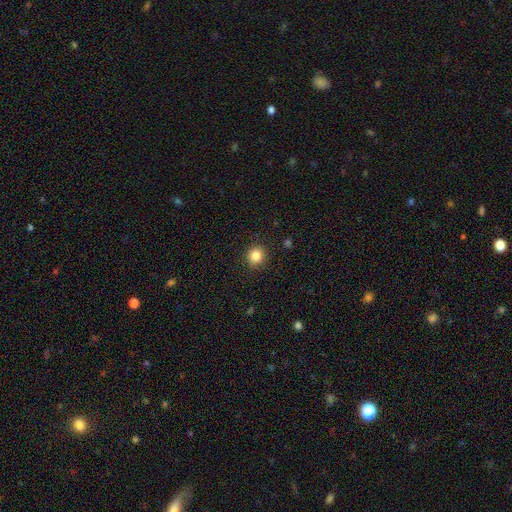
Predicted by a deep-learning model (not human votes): The model was most divided on "smooth or featured": smooth: 84%, star or artifact: 11%, featured or disk: 5%. More confident: merging — none (91%); how rounded — round (90%).